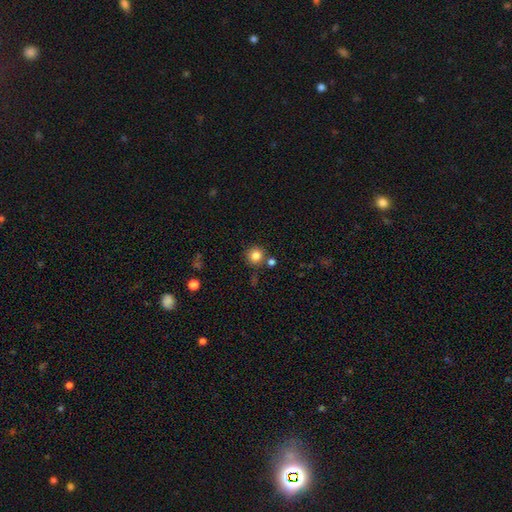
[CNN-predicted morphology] A smooth galaxy with no disk features (82%) that is round (94%).

Vote fractions:
- Smooth or featured? smooth: 82% / star or artifact: 12% / featured or disk: 6%
- How rounded? round: 94% / in between: 5% / cigar-shaped: 1%
- Merging? none: 79% / merger: 9% / minor disturbance: 9% / major disturbance: 3%